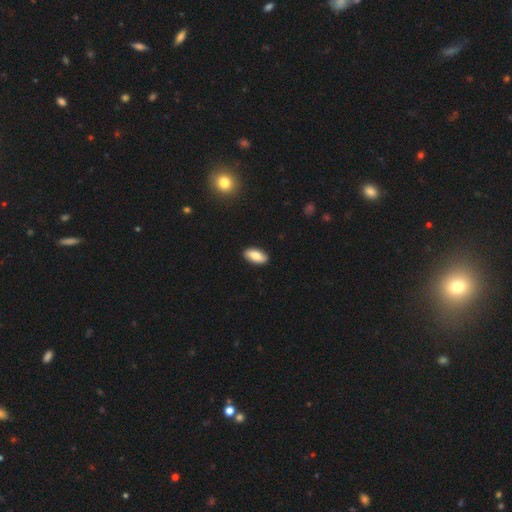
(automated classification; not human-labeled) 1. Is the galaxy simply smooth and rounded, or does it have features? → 79% smooth, 15% featured or disk, 6% star or artifact.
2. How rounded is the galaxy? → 88% in between, 9% cigar-shaped, 3% round.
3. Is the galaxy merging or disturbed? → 89% none, 8% minor disturbance, 2% major disturbance, 1% merger.